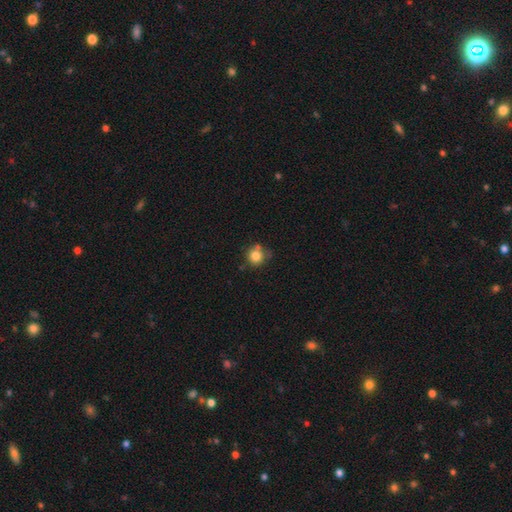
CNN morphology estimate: smooth-or-featured: smooth: 82% | star or artifact: 11% | featured or disk: 7%
  how-rounded: round: 90% | in between: 9% | cigar-shaped: 1%
  merging: none: 67% | minor disturbance: 17% | merger: 11% | major disturbance: 5%